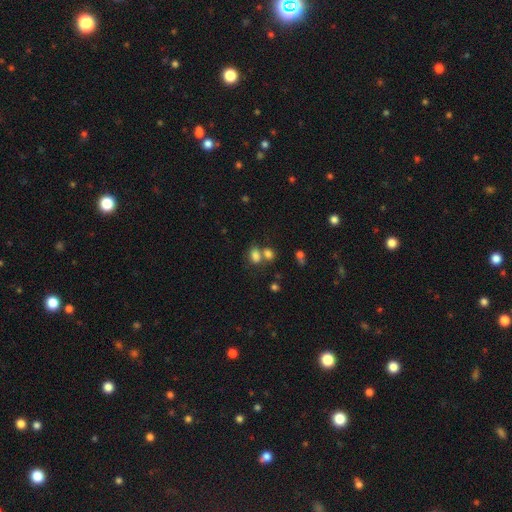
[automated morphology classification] smooth_or_featured: smooth (p=0.78) [alt: star or artifact p=0.13]
how_rounded: in between (p=0.74) [alt: round p=0.24]
merging: merger (p=0.44) [alt: none p=0.40]